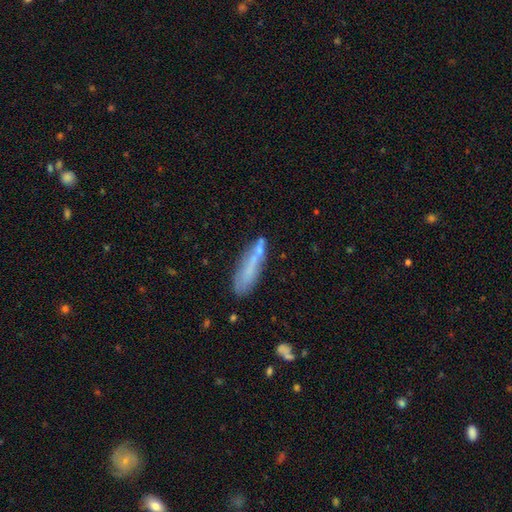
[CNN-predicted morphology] type=smooth (57%); roundness=cigar-shaped (70%); merging=none (53%).